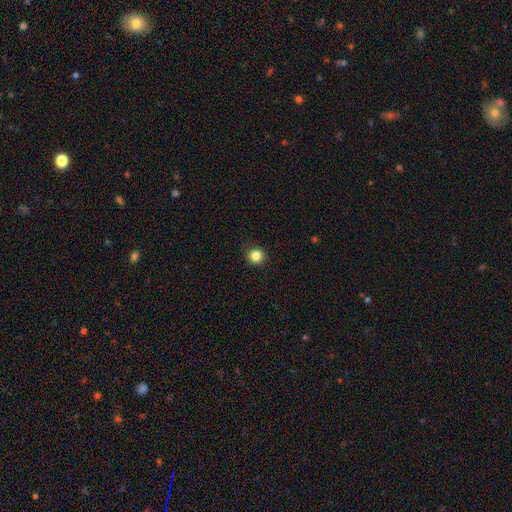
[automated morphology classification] smooth_or_featured: smooth (p=0.84) [alt: star or artifact p=0.11]
how_rounded: round (p=0.94) [alt: in between p=0.05]
merging: none (p=0.92) [alt: minor disturbance p=0.06]